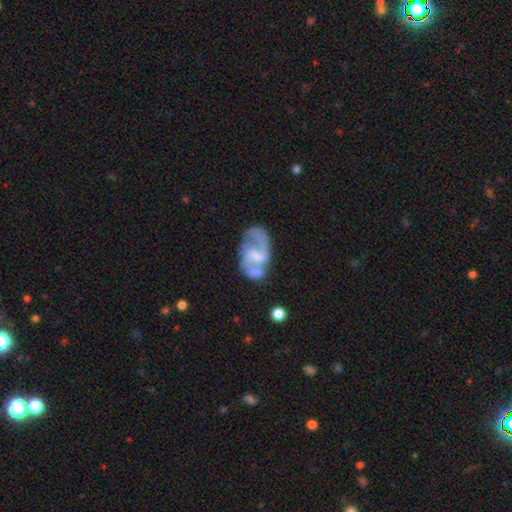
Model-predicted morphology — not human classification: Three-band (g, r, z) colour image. It shows a featured or disk galaxy (75%) with a weak bar (51%), 2 (75%) medium (45%) spiral arms (84%) and a small central bulge (37%). Merging: none (42%).